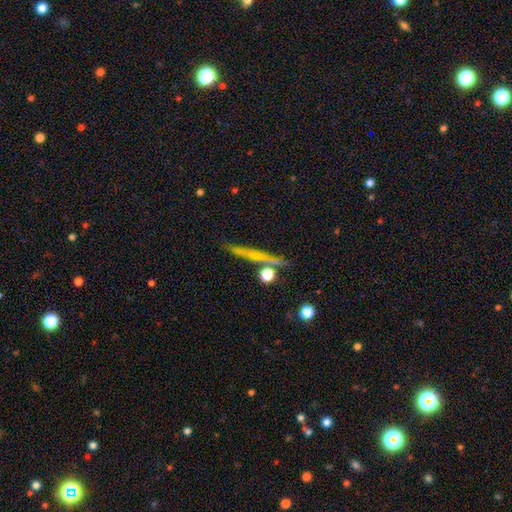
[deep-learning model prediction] Smooth or featured? featured or disk (47%)
Merging? none (81%)